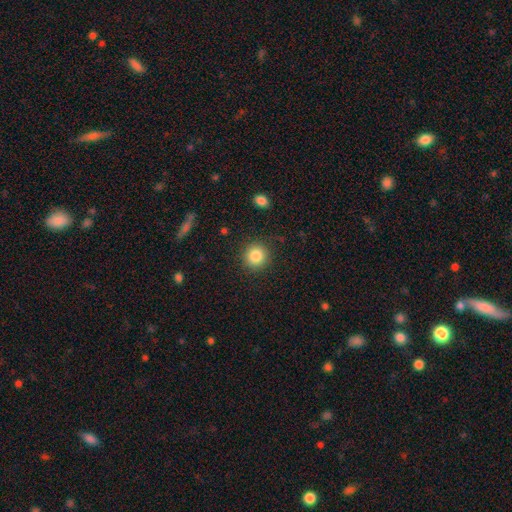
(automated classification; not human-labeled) Q: Smooth or featured?
A: smooth (85%); runner-up: star or artifact (10%)
Q: How rounded?
A: round (92%); runner-up: in between (7%)
Q: Merging?
A: none (89%); runner-up: minor disturbance (7%)